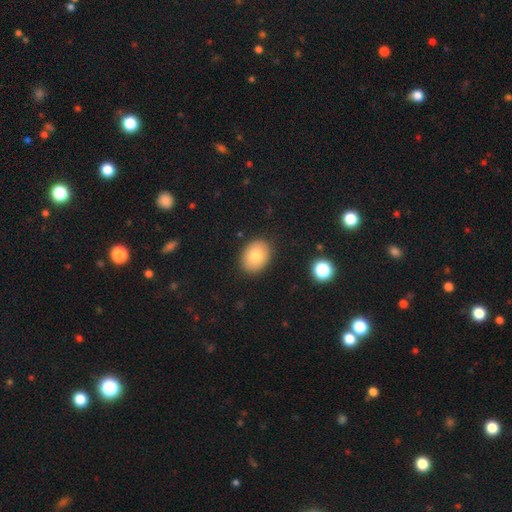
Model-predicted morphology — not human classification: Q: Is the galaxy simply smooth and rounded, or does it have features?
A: smooth — 80%.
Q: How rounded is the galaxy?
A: in between — 70%.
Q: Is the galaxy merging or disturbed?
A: none — 89%.